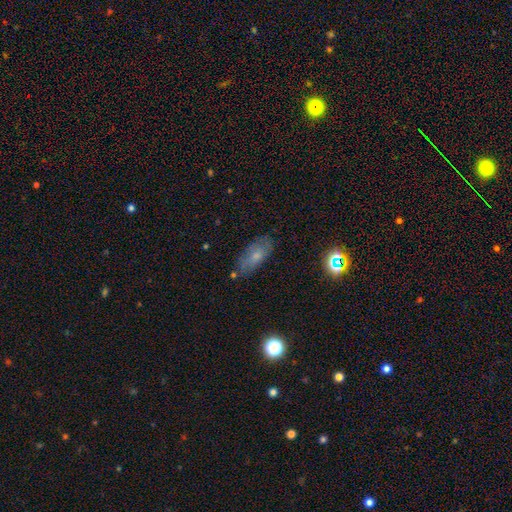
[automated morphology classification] smooth_or_featured: smooth (p=0.65) [alt: featured or disk p=0.24]
how_rounded: in between (p=0.83) [alt: cigar-shaped p=0.13]
merging: none (p=0.73) [alt: minor disturbance p=0.19]